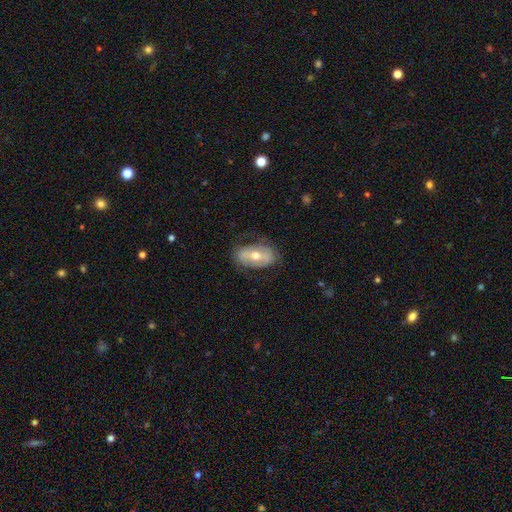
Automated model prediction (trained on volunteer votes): Smooth or featured? featured or disk (51%)
Edge-on disk? no (87%)
Merging? none (70%)